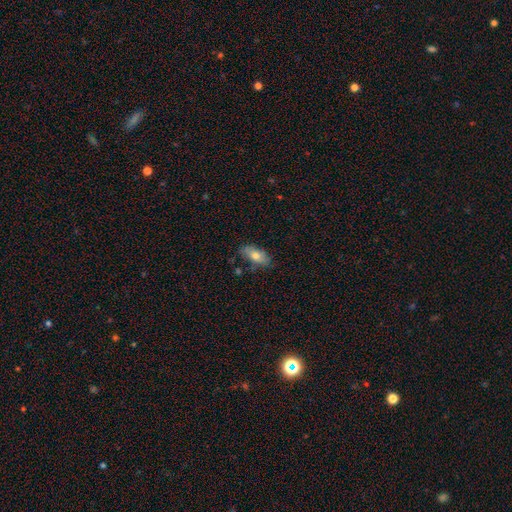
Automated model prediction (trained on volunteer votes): A smooth galaxy with no disk features (72%) that is in between round and cigar-shaped (85%). Merging: none (74%).